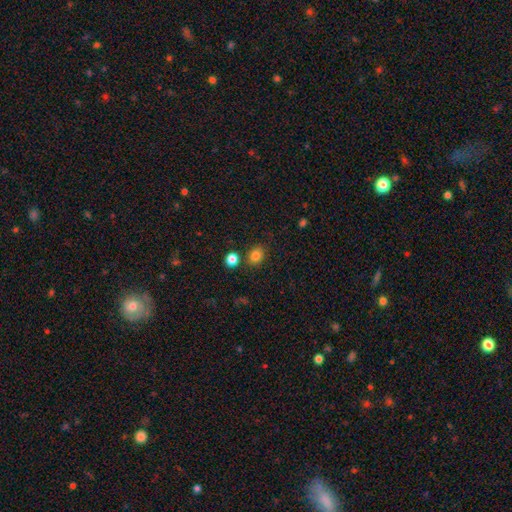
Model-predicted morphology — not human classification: smooth_or_featured: smooth (p=0.82) [alt: star or artifact p=0.12]
how_rounded: round (p=0.51) [alt: in between p=0.48]
merging: none (p=0.76) [alt: minor disturbance p=0.12]